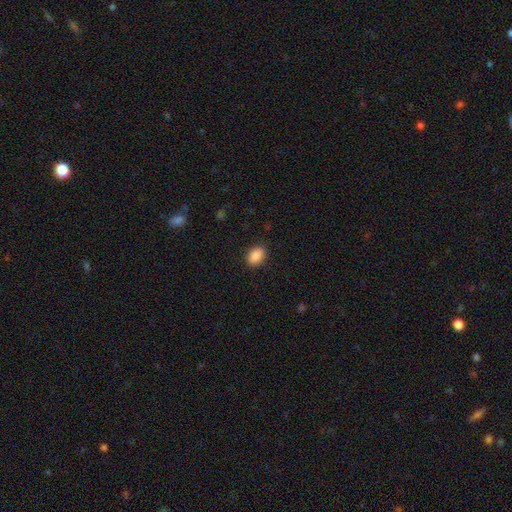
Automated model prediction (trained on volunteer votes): Q: Smooth or featured?
A: smooth (89%); runner-up: star or artifact (7%)
Q: How rounded?
A: in between (87%); runner-up: round (12%)
Q: Merging?
A: none (88%); runner-up: minor disturbance (9%)